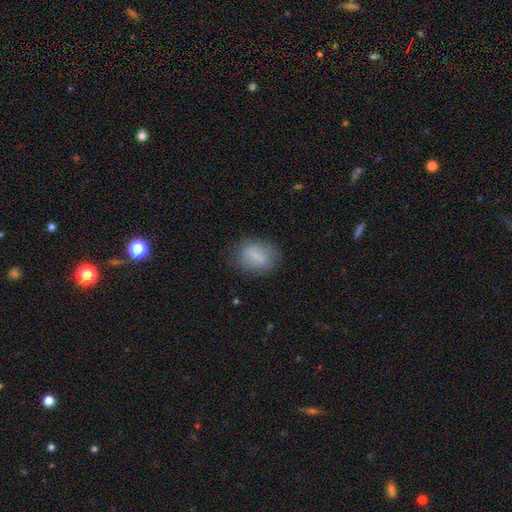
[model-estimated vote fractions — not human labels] A smooth galaxy with no disk features (74%) that is in between round and cigar-shaped (69%).

Vote fractions:
- Smooth or featured? smooth: 74% / featured or disk: 17% / star or artifact: 9%
- How rounded? in between: 69% / round: 28% / cigar-shaped: 3%
- Merging? none: 77% / minor disturbance: 16% / major disturbance: 6% / merger: 2%